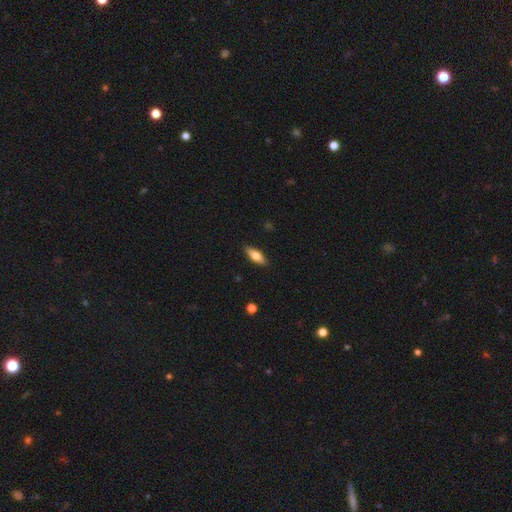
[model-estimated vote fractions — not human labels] smooth 65%, featured or disk 29%, star or artifact 6%. Down the decision tree: how rounded — in between (65%); merging — none (89%).